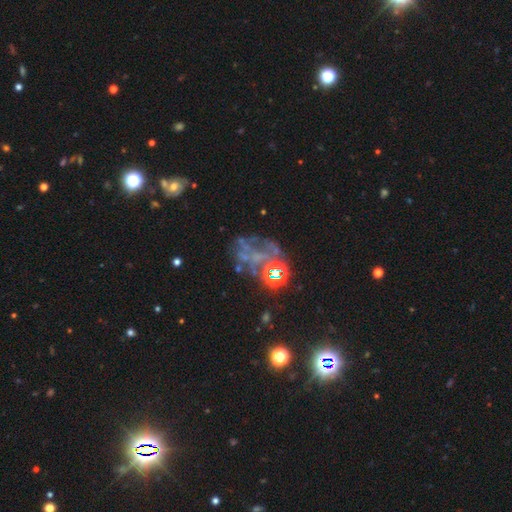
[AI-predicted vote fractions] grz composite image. It shows a featured or disk galaxy (48%). Merging: none (40%).